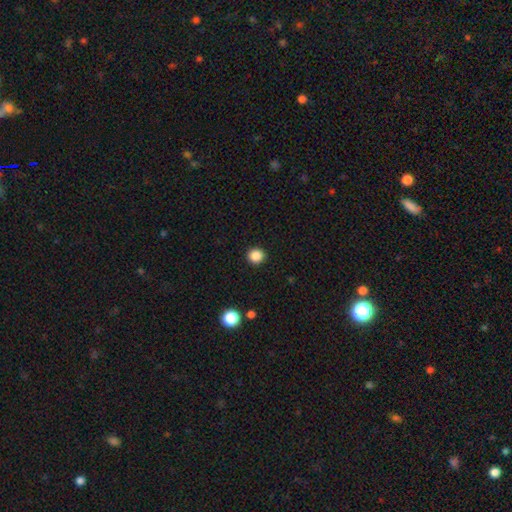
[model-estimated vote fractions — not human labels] The model was most divided on "smooth or featured": smooth: 86%, star or artifact: 11%, featured or disk: 3%. More confident: how rounded — round (93%); merging — none (92%).